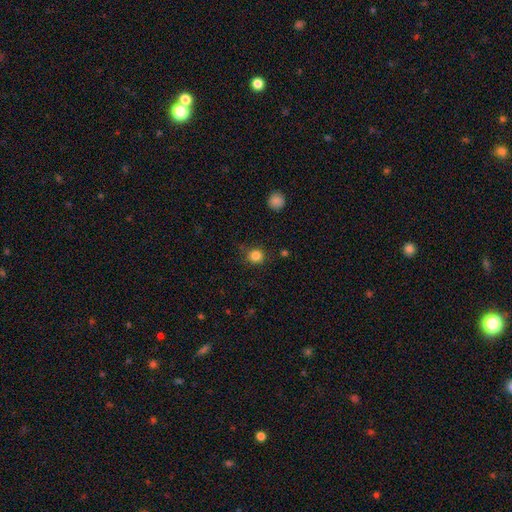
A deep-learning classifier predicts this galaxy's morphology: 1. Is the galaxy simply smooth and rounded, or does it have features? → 83% smooth, 12% star or artifact, 5% featured or disk.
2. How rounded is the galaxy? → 90% round, 9% in between, 1% cigar-shaped.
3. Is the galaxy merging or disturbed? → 85% none, 10% minor disturbance, 3% major disturbance, 2% merger.